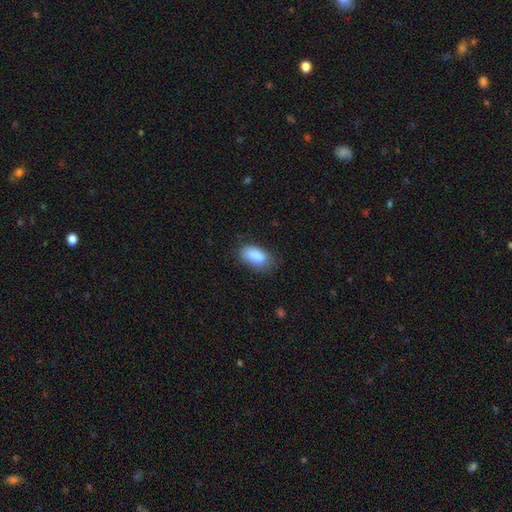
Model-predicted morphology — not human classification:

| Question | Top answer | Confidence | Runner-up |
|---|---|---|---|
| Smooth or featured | smooth | 87% | star or artifact (7%) |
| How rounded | in between | 92% | round (4%) |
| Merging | none | 68% | minor disturbance (24%) |